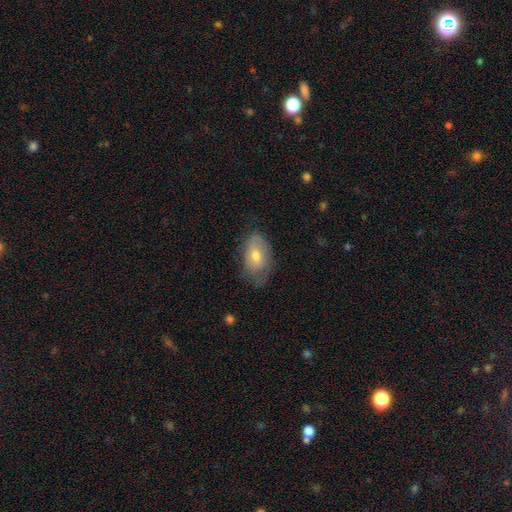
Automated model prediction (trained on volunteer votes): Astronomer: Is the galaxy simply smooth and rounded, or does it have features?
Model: smooth — 60%.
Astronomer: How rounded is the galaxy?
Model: in between — 90%.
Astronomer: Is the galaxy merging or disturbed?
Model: none — 58%.